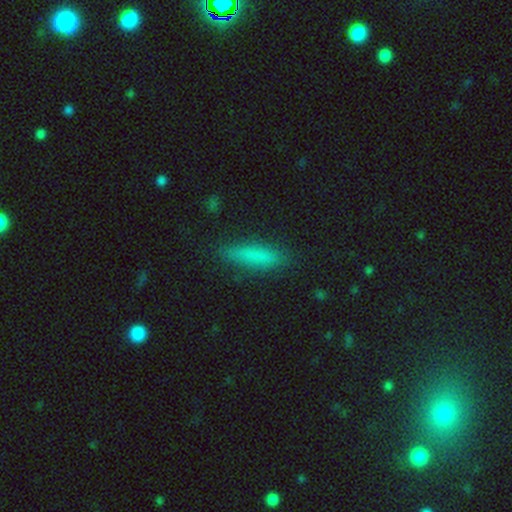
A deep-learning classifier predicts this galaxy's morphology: A smooth galaxy with no disk features (80%) that is cigar-shaped (78%). Merging: none (85%).